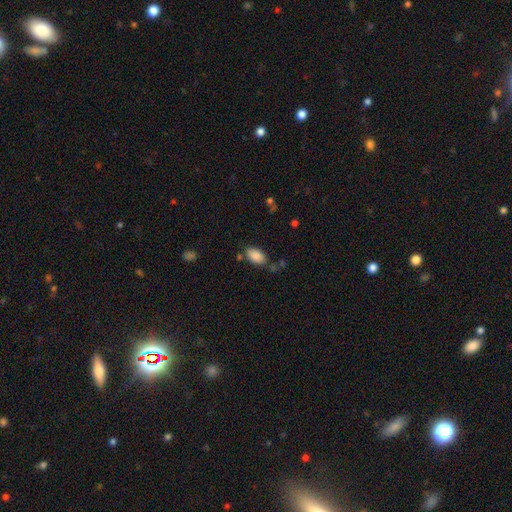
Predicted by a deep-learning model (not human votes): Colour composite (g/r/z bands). It shows a smooth galaxy with no disk features (87%) that is in between round and cigar-shaped (94%). Merging: none (73%).